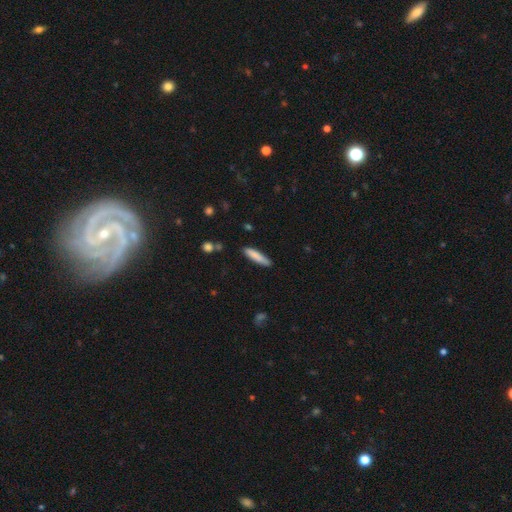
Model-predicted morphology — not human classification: This is clearly a smooth galaxy (82%). How rounded: clearly cigar-shaped (85%). Merging: clearly none (86%).